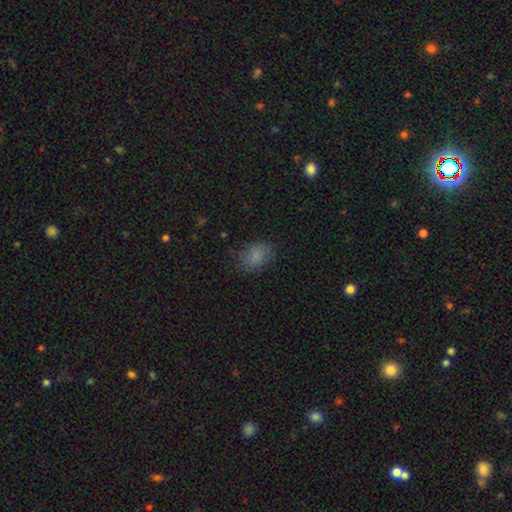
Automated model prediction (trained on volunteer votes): Smooth or featured?
  - smooth: 83% *
  - star or artifact: 10%
  - featured or disk: 6%
How rounded?
  - in between: 71% *
  - round: 27%
  - cigar-shaped: 1%
Merging?
  - none: 76% *
  - minor disturbance: 18%
  - major disturbance: 5%
  - merger: 1%